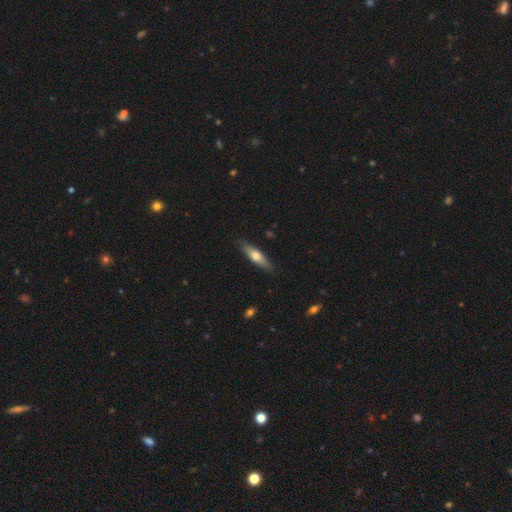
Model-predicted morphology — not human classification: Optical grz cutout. It shows a smooth galaxy with no disk features (53%) that is cigar-shaped (71%). Merging: none (87%).